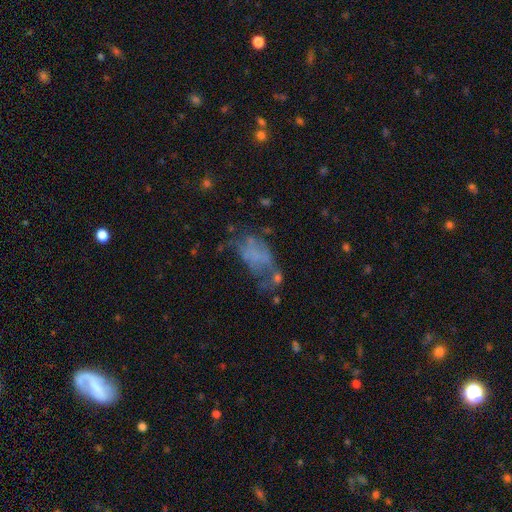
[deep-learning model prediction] smooth_or_featured: featured or disk (p=0.45) [alt: smooth p=0.38]
merging: major disturbance (p=0.39) [alt: none p=0.29]